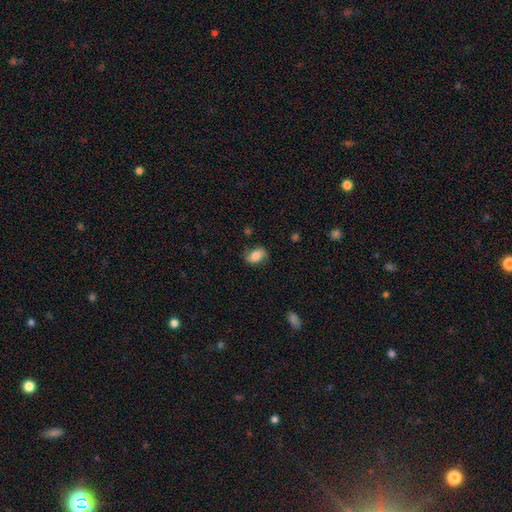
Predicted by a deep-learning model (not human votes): This appears to be a smooth galaxy with no disk features (76%) that is in between round and cigar-shaped (82%). Merging: none (70%).